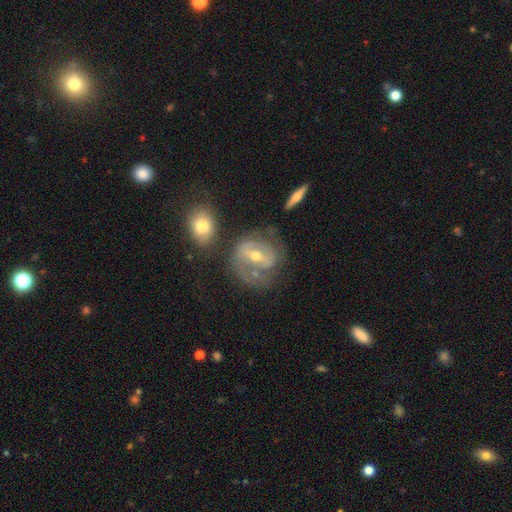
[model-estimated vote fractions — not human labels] Smooth or featured? Predicted: featured or disk (p=0.76). Edge-on disk? Predicted: no (p=0.94). Bar? Predicted: strong (p=0.48). Spiral arms? Predicted: yes (p=0.72). Spiral winding? Predicted: medium (p=0.42). Spiral arm count? Predicted: 2 (p=0.63). Bulge size? Predicted: moderate (p=0.59). Merging? Predicted: none (p=0.53).